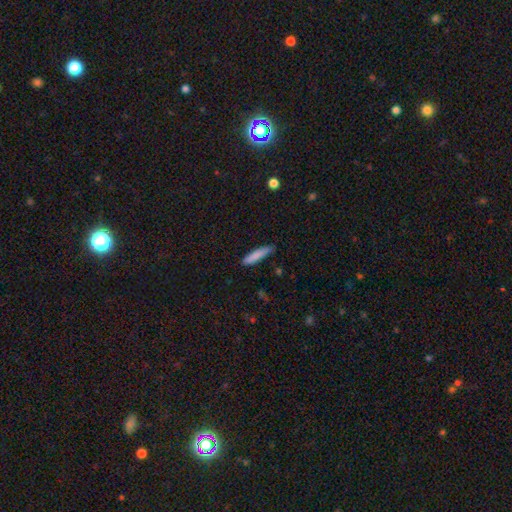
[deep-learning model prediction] Smooth or featured?
  - smooth: 83% *
  - featured or disk: 11%
  - star or artifact: 6%
How rounded?
  - cigar-shaped: 84% *
  - in between: 15%
  - round: 1%
Merging?
  - none: 75% *
  - minor disturbance: 20%
  - major disturbance: 3%
  - merger: 2%